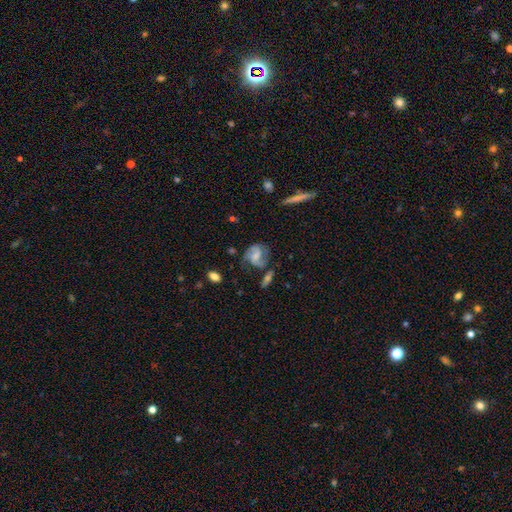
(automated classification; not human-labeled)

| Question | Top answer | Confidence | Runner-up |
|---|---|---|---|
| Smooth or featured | featured or disk | 69% | smooth (23%) |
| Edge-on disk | no | 96% | yes (4%) |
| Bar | weak | 45% | no (39%) |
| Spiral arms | yes | 90% | no (10%) |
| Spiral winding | medium | 49% | tight (26%) |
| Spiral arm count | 2 | 80% | can't tell (9%) |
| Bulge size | small | 31% | moderate (30%) |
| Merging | none | 53% | minor disturbance (22%) |